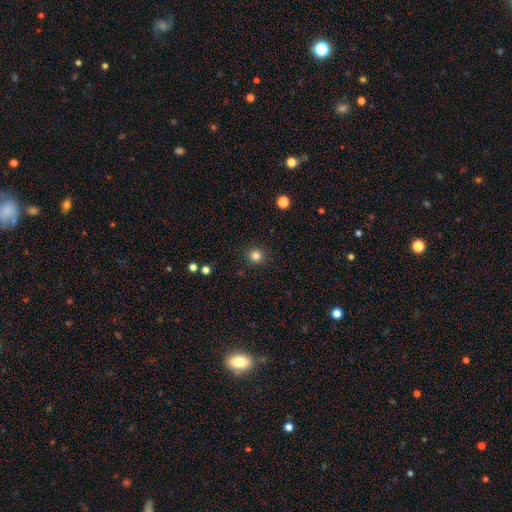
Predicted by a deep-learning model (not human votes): A smooth galaxy with no disk features (82%) that is round (93%). Merging: none (92%).